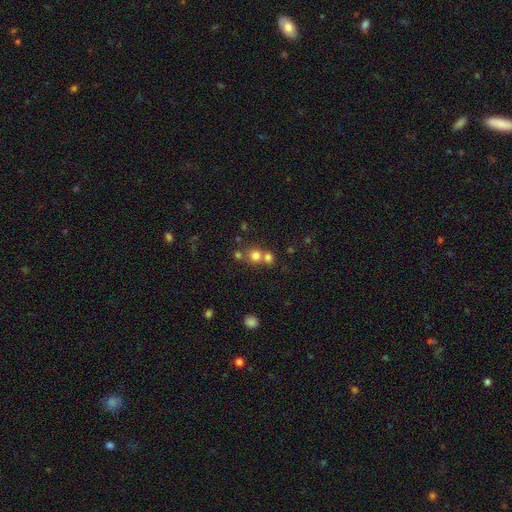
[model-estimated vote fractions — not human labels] smooth_or_featured: smooth (p=0.74) [alt: star or artifact p=0.16]
how_rounded: round (p=0.87) [alt: in between p=0.12]
merging: none (p=0.48) [alt: merger p=0.44]